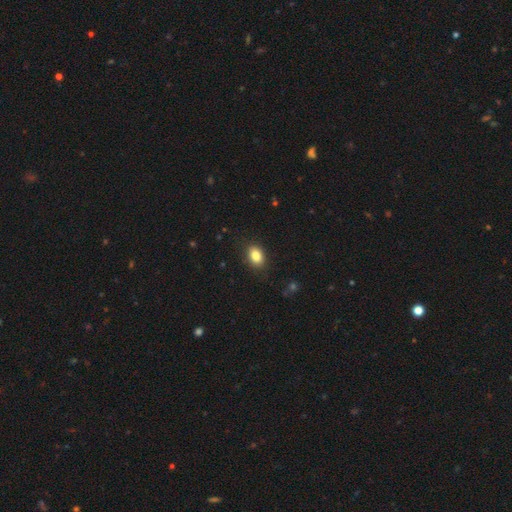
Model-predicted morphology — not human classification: A smooth galaxy with no disk features (85%) that is in between round and cigar-shaped (80%). Merging: none (87%).